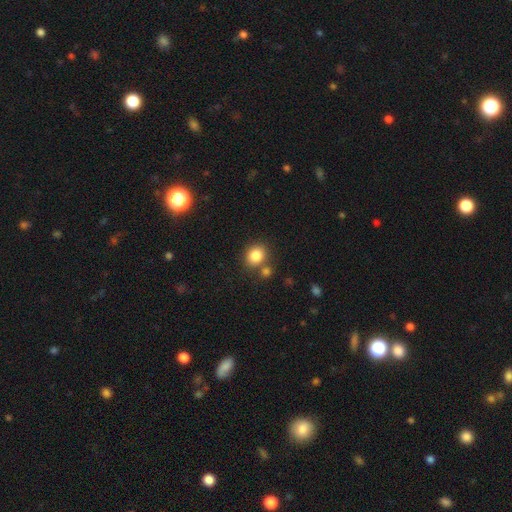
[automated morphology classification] A smooth galaxy with no disk features (84%) that is round (67%). Merging: none (69%).